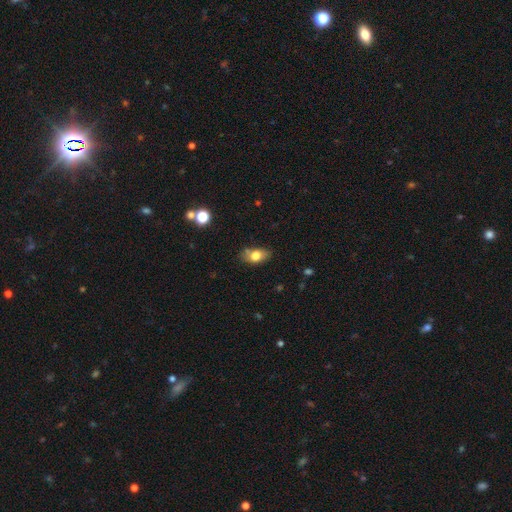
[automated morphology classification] Smooth or featured? smooth (75%)
How rounded? in between (86%)
Merging? none (71%)